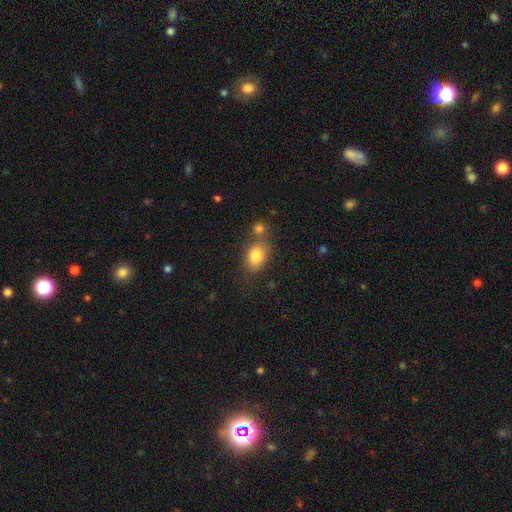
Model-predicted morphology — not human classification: Smooth or featured? smooth (83%)
How rounded? in between (76%)
Merging? none (55%)